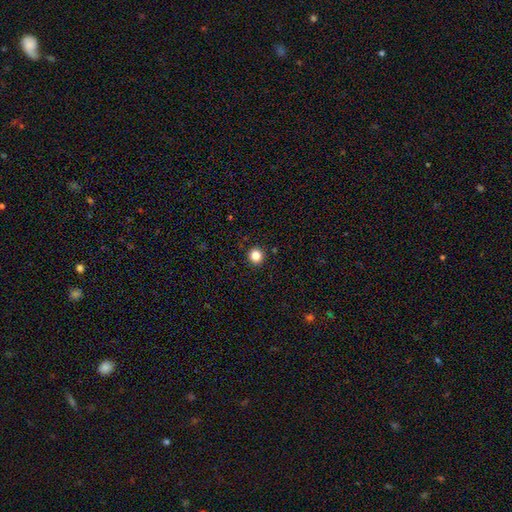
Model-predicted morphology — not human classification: smooth-or-featured: smooth: 84% | star or artifact: 12% | featured or disk: 4%
  how-rounded: round: 93% | in between: 6% | cigar-shaped: 1%
  merging: none: 93% | minor disturbance: 5% | major disturbance: 2% | merger: 1%